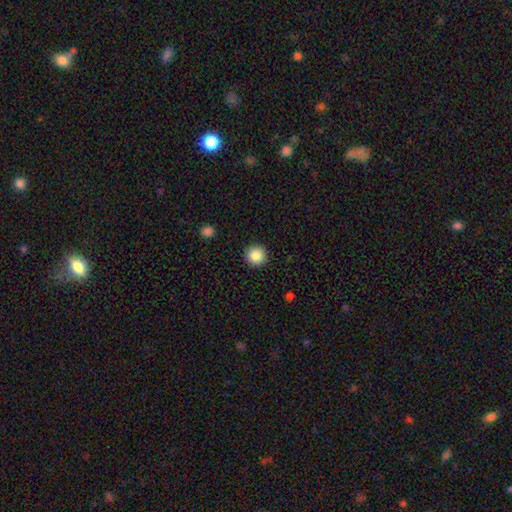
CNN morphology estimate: This appears to be a smooth galaxy with no disk features (86%) that is round (95%). Merging: none (92%).